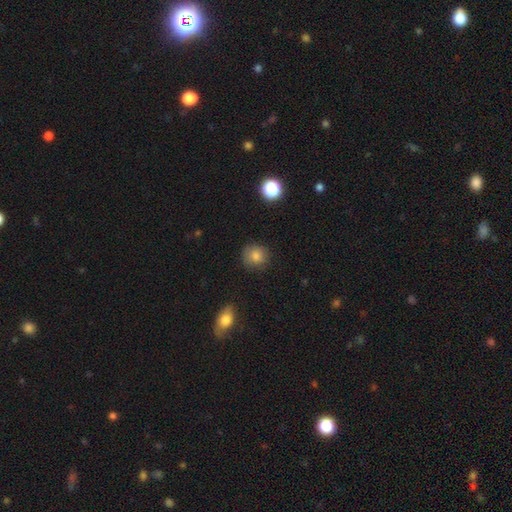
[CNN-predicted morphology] smooth 83%, star or artifact 11%, featured or disk 7%. Down the decision tree: how rounded — round (86%); merging — none (81%).